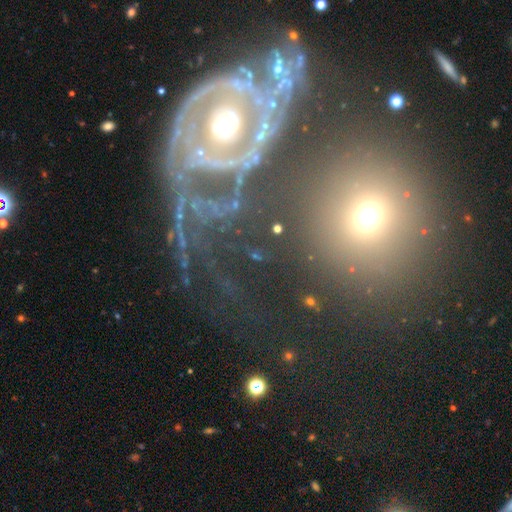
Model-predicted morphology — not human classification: A star or artifact, not a galaxy (43%).

Vote fractions:
- Smooth or featured? star or artifact: 43% / featured or disk: 34% / smooth: 22%